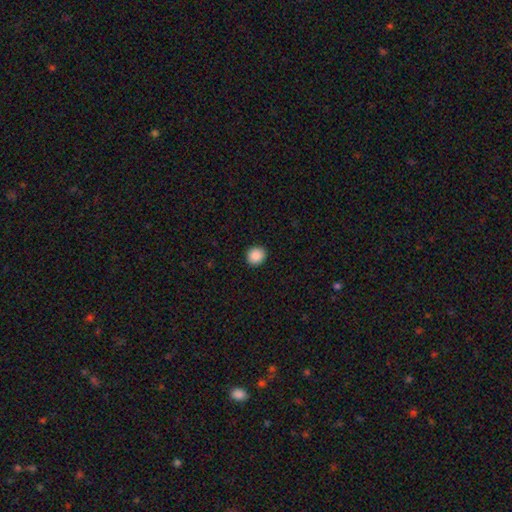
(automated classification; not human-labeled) Overall: smooth (90%). How rounded: round (80%). Merging: none (92%).